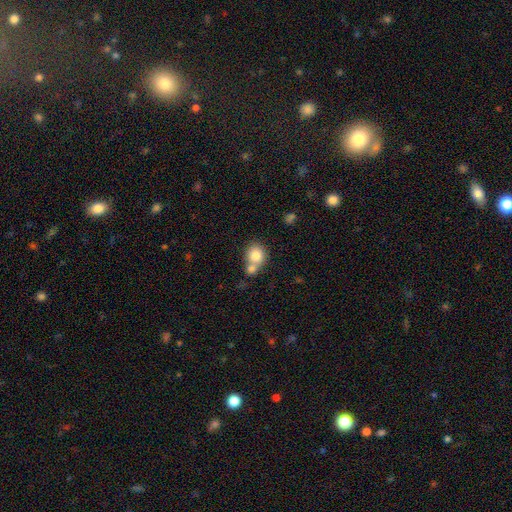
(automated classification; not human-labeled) smooth_or_featured: smooth (p=0.80) [alt: featured or disk p=0.11]
how_rounded: round (p=0.75) [alt: in between p=0.24]
merging: merger (p=0.49) [alt: none p=0.39]